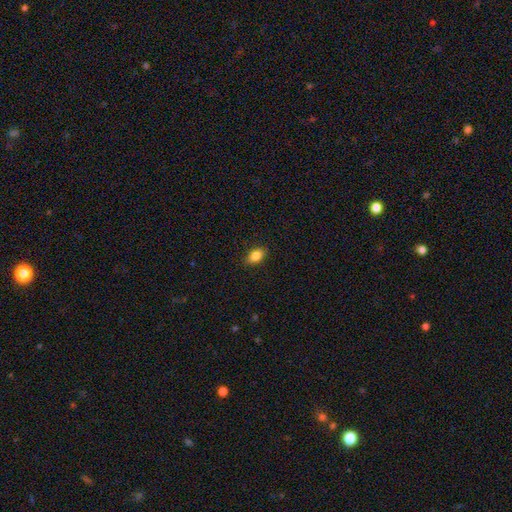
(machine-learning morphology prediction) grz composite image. It shows a smooth galaxy with no disk features (85%) that is in between round and cigar-shaped (87%). Merging: none (88%).